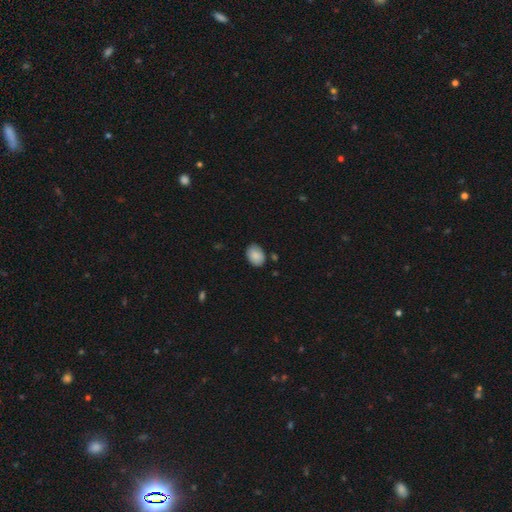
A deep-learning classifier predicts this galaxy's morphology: type=smooth (86%); roundness=in between (77%); merging=none (80%).